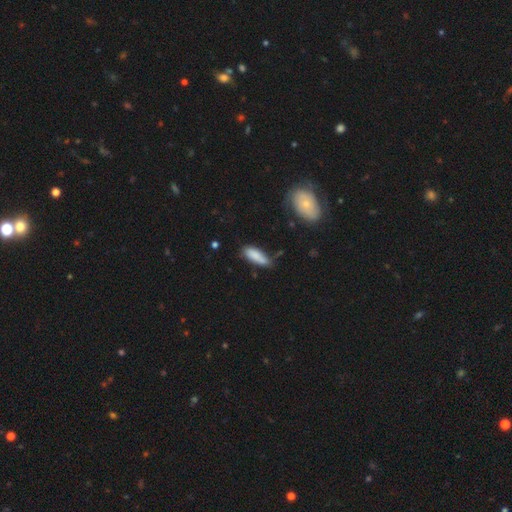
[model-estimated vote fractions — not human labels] This is clearly a smooth galaxy (82%). How rounded: likely in between (61%). Merging: possibly none (58%).